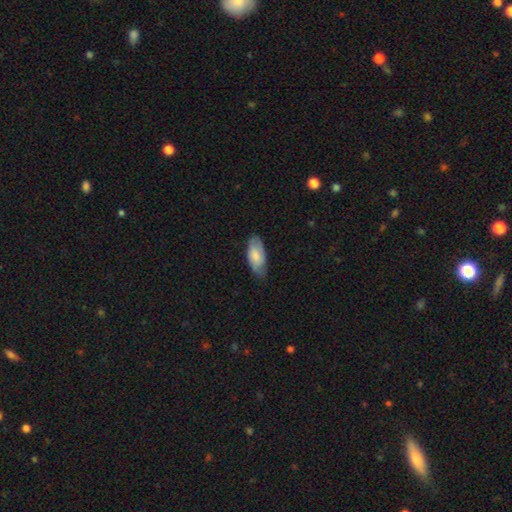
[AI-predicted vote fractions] Morphology: type=smooth (69%); roundness=in between (90%); merging=none (69%).